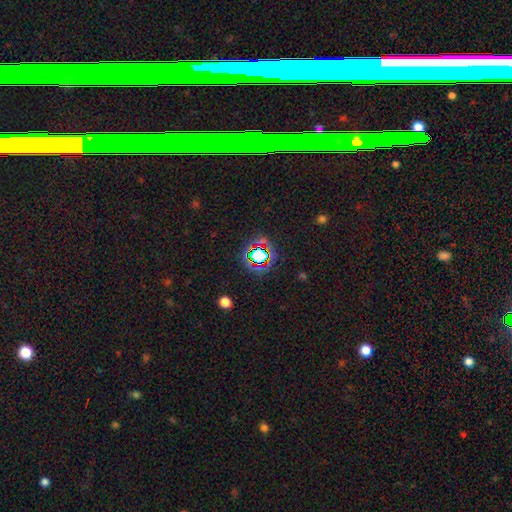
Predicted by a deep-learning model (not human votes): This is likely a star or artifact rather than a galaxy (66%).